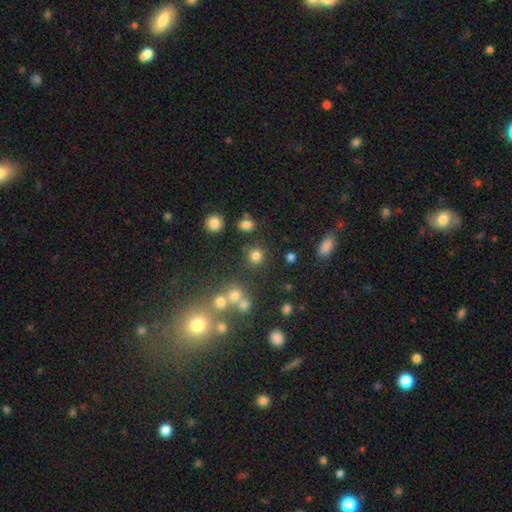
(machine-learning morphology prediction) This appears to be a smooth galaxy with no disk features (78%) that is round (90%). Merging: none (81%).